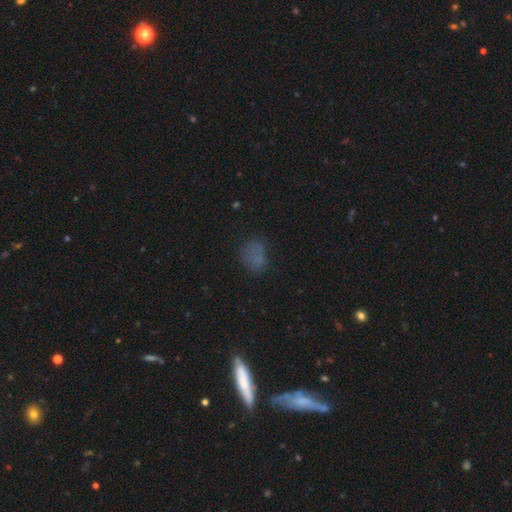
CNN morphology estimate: smooth-or-featured: smooth: 63% | star or artifact: 25% | featured or disk: 12%
  how-rounded: in between: 58% | round: 40% | cigar-shaped: 2%
  merging: none: 61% | minor disturbance: 20% | major disturbance: 14% | merger: 5%